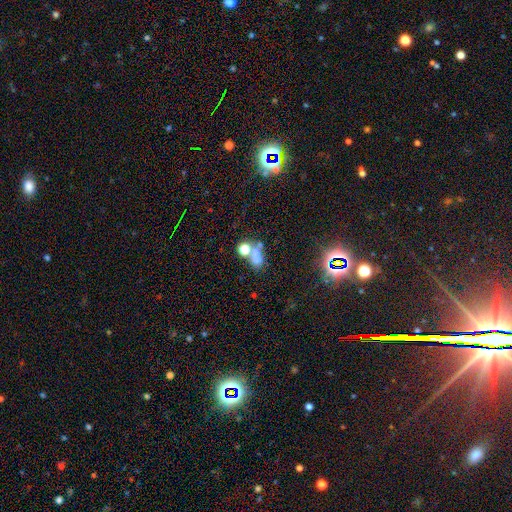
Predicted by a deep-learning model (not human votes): Smooth or featured: smooth — 56% (star or artifact — 26%)
How rounded: in between — 51% (round — 46%)
Merging: merger — 49% (none — 32%)